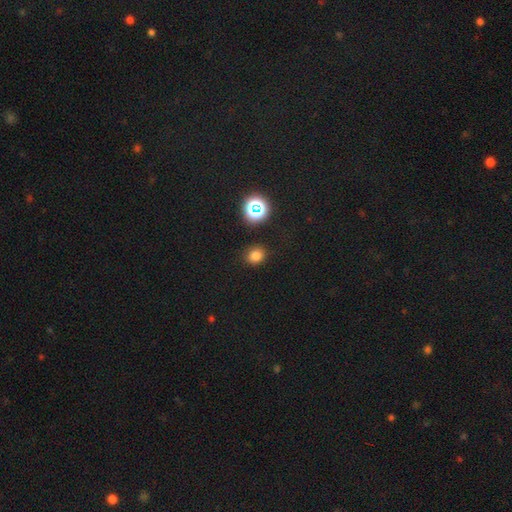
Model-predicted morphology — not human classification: Q: Smooth or featured?
A: smooth (76%); runner-up: star or artifact (18%)
Q: How rounded?
A: round (71%); runner-up: in between (28%)
Q: Merging?
A: none (86%); runner-up: minor disturbance (9%)